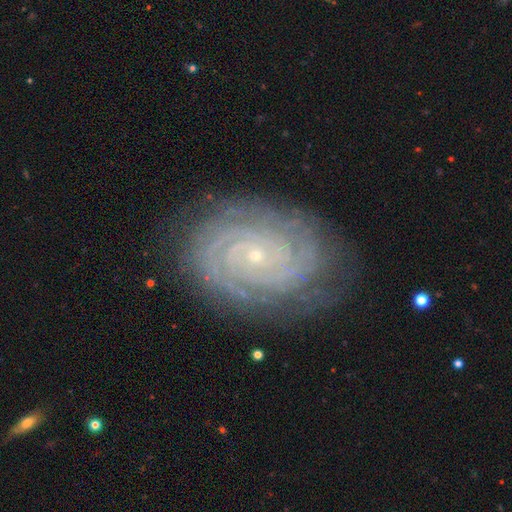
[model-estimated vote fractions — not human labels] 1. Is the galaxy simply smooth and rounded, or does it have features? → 89% featured or disk, 6% star or artifact, 5% smooth.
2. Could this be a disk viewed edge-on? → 97% no, 3% yes.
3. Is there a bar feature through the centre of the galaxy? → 79% no, 15% weak, 6% strong.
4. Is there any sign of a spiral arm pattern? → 98% yes, 2% no.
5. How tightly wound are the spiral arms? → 86% tight, 12% medium, 2% loose.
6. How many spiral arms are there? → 29% 2, 20% can't tell, 17% 3, 15% 4, 12% more than 4, 8% 1.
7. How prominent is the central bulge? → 87% small, 10% moderate, 1% none, 1% large, 1% dominant.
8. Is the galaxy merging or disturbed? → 83% none, 12% minor disturbance, 4% major disturbance, 1% merger.